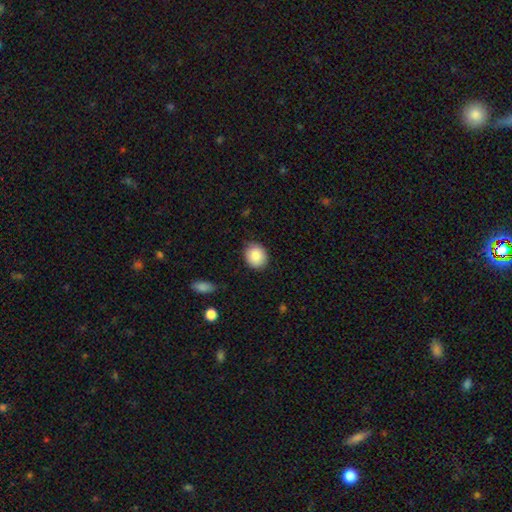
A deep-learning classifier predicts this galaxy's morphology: Smooth or featured?
  - smooth: 88% *
  - star or artifact: 7%
  - featured or disk: 4%
How rounded?
  - round: 67% *
  - in between: 32%
  - cigar-shaped: 1%
Merging?
  - none: 86% *
  - minor disturbance: 10%
  - major disturbance: 2%
  - merger: 1%